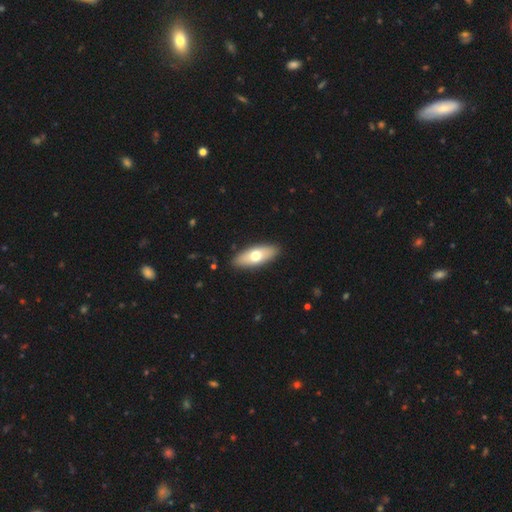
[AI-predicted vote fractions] The model was most divided on "smooth or featured": smooth: 63%, featured or disk: 32%, star or artifact: 5%. More confident: merging — none (90%); how rounded — in between (71%).